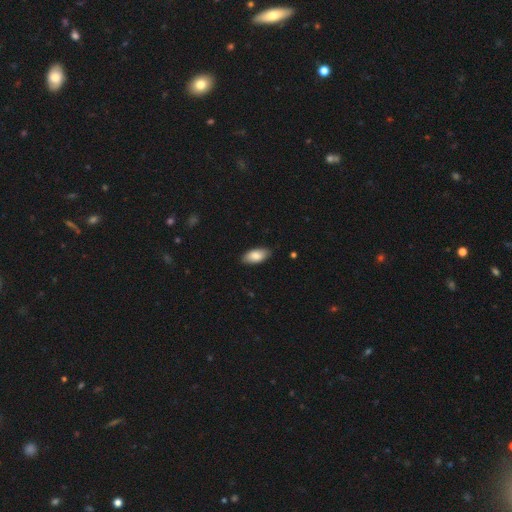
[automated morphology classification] The model was most divided on "merging": none: 86%, minor disturbance: 11%, major disturbance: 2%, merger: 1%. More confident: how rounded — in between (92%); smooth or featured — smooth (85%).